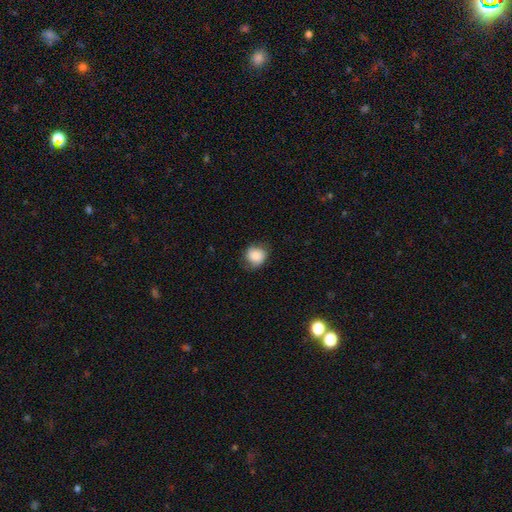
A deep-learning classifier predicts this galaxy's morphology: A smooth galaxy with no disk features (82%) that is round (73%).

Vote fractions:
- Smooth or featured? smooth: 82% / featured or disk: 10% / star or artifact: 8%
- How rounded? round: 73% / in between: 26% / cigar-shaped: 1%
- Merging? none: 69% / minor disturbance: 24% / major disturbance: 7% / merger: 1%